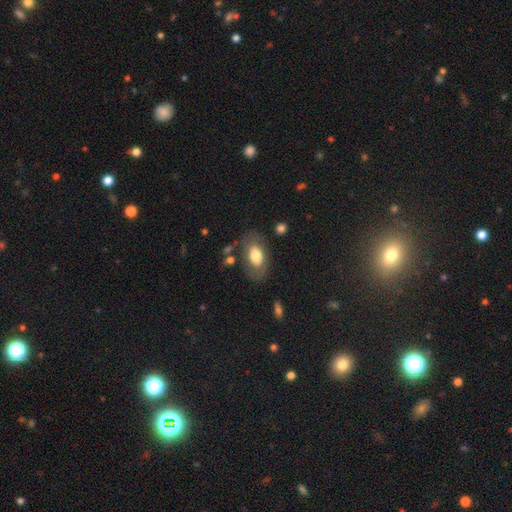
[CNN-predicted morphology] A smooth galaxy with no disk features (66%) that is in between round and cigar-shaped (90%). Merging: none (74%).